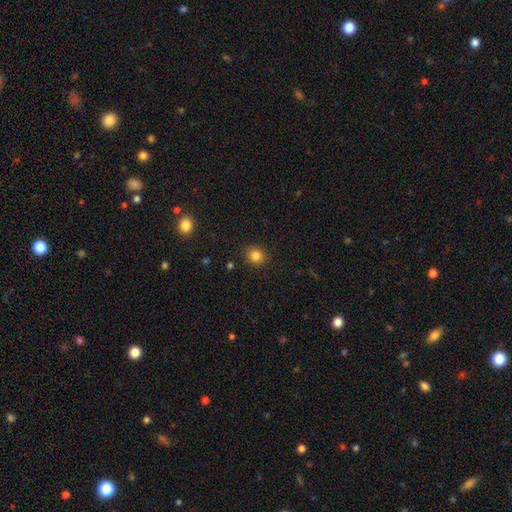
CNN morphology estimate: smooth-or-featured: smooth: 83% | star or artifact: 12% | featured or disk: 5%
  how-rounded: round: 81% | in between: 18% | cigar-shaped: 1%
  merging: none: 89% | minor disturbance: 7% | major disturbance: 2% | merger: 1%